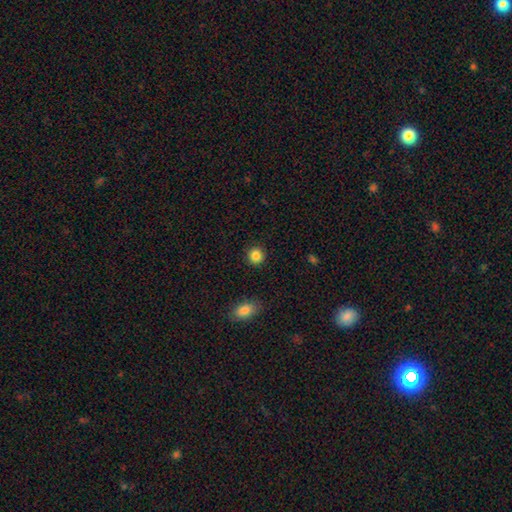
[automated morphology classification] Smooth or featured: smooth — 85% (star or artifact — 10%)
How rounded: round — 91% (in between — 8%)
Merging: none — 92% (minor disturbance — 5%)